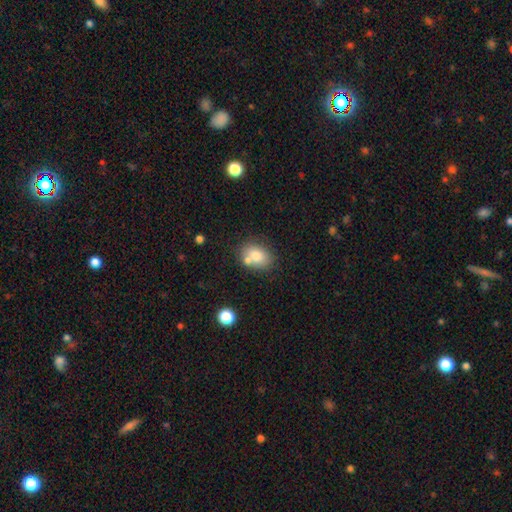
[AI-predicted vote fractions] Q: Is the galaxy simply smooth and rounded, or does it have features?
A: smooth — 78%.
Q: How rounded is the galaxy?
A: in between — 69%.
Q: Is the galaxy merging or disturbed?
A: none — 62%.